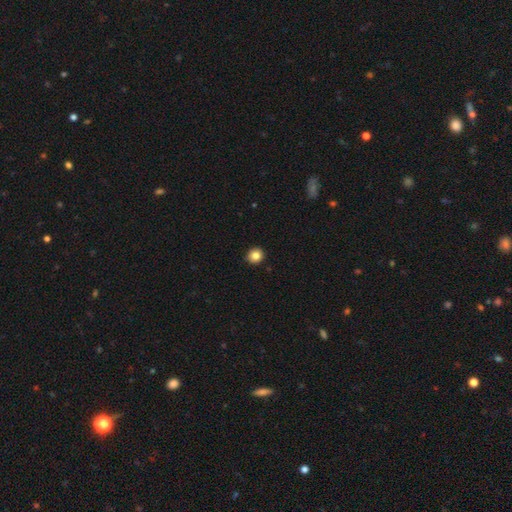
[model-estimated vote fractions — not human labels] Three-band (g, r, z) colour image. It shows a smooth galaxy with no disk features (84%) that is round (89%). Merging: none (91%).